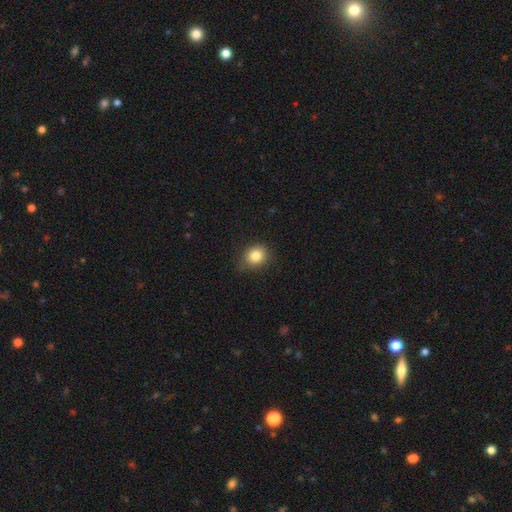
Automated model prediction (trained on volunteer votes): This is clearly a smooth galaxy (83%). How rounded: likely round (69%). Merging: likely none (76%).